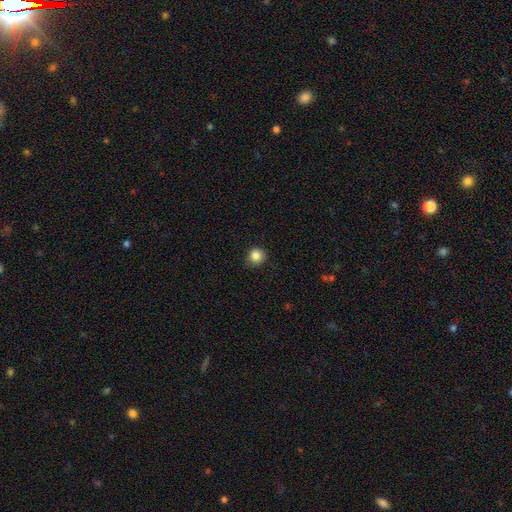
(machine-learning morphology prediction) A smooth galaxy with no disk features (85%) that is round (91%).

Vote fractions:
- Smooth or featured? smooth: 85% / star or artifact: 10% / featured or disk: 5%
- How rounded? round: 91% / in between: 8% / cigar-shaped: 1%
- Merging? none: 89% / minor disturbance: 8% / major disturbance: 2% / merger: 1%